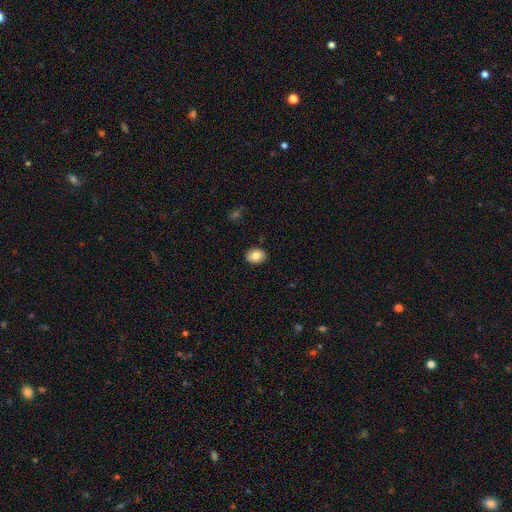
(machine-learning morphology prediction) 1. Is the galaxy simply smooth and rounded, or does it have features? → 85% smooth, 8% star or artifact, 7% featured or disk.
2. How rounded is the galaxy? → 64% in between, 35% round, 1% cigar-shaped.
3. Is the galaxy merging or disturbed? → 89% none, 8% minor disturbance, 2% major disturbance, 1% merger.